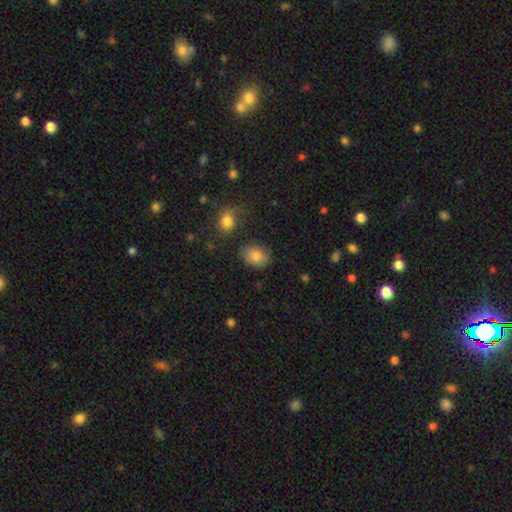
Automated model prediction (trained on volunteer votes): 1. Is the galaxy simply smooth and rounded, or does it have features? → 85% smooth, 9% star or artifact, 7% featured or disk.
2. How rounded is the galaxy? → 65% in between, 34% round, 1% cigar-shaped.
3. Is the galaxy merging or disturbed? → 80% none, 13% minor disturbance, 4% major disturbance, 3% merger.